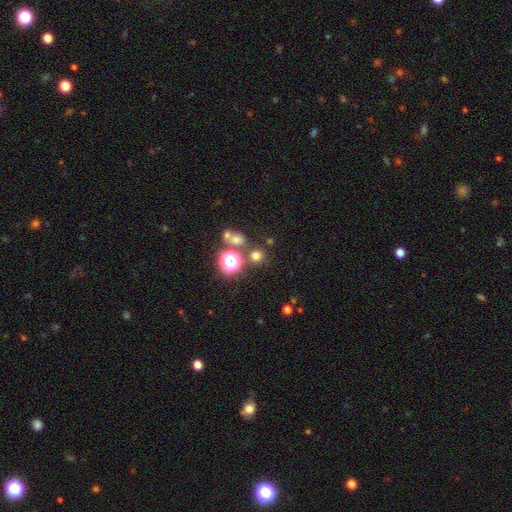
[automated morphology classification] This appears to be a smooth galaxy with no disk features (67%) that is round (90%). Merging: none (76%).